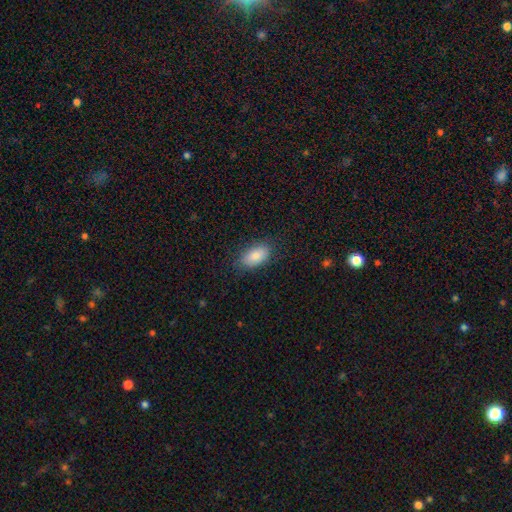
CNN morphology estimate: smooth-or-featured: smooth: 85% | featured or disk: 8% | star or artifact: 7%
  how-rounded: in between: 93% | round: 4% | cigar-shaped: 3%
  merging: none: 83% | minor disturbance: 13% | major disturbance: 3% | merger: 1%